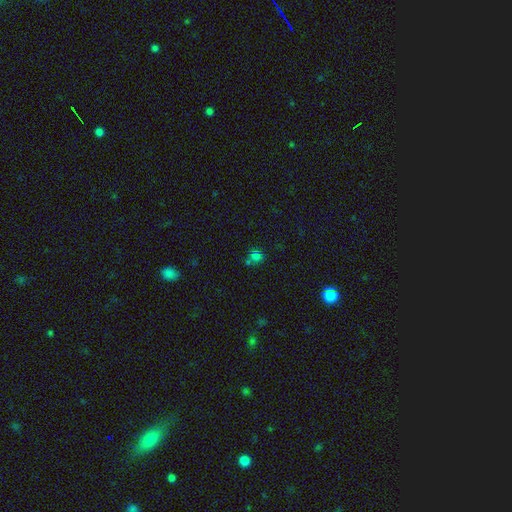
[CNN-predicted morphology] The model was most divided on "merging": none: 56%, merger: 28%, minor disturbance: 11%, major disturbance: 5%. More confident: how rounded — round (77%); smooth or featured — smooth (67%).